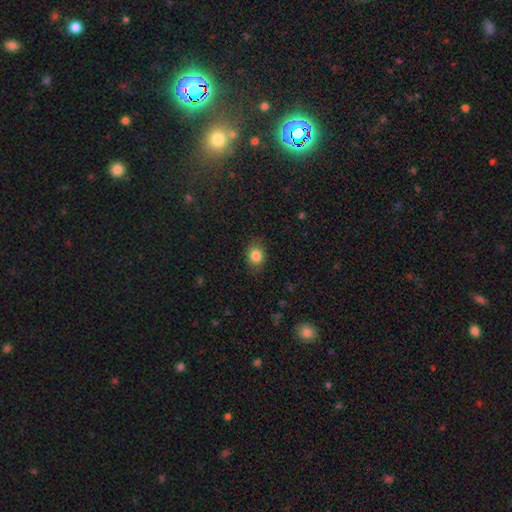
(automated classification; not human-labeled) Q: Smooth or featured?
A: smooth (85%); runner-up: star or artifact (10%)
Q: How rounded?
A: round (55%); runner-up: in between (44%)
Q: Merging?
A: none (84%); runner-up: minor disturbance (12%)